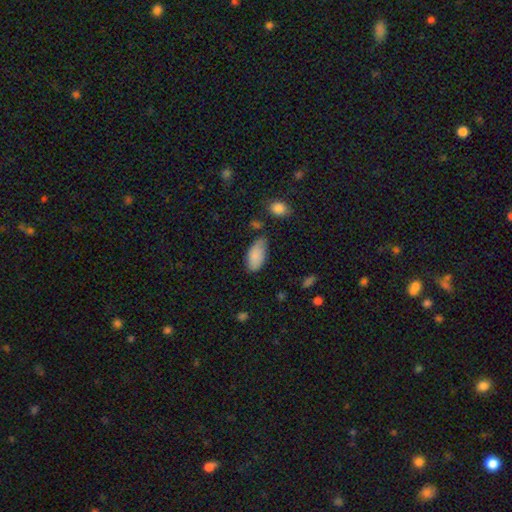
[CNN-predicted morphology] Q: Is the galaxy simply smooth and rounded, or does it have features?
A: smooth — 86%.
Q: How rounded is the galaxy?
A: in between — 93%.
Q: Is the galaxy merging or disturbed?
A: none — 68%.